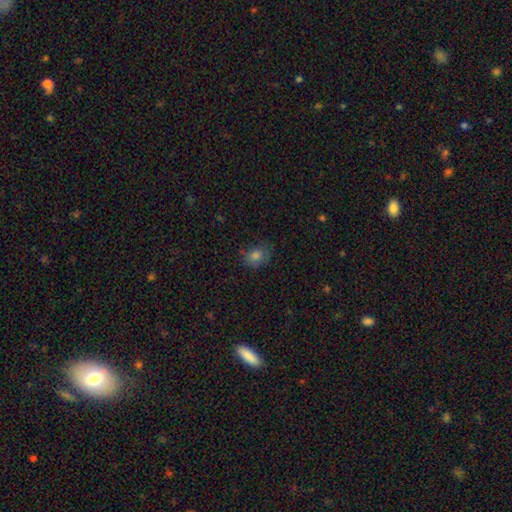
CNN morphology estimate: This is likely a smooth galaxy (77%). How rounded: possibly in between (49%, tied with round). Merging: likely none (72%).